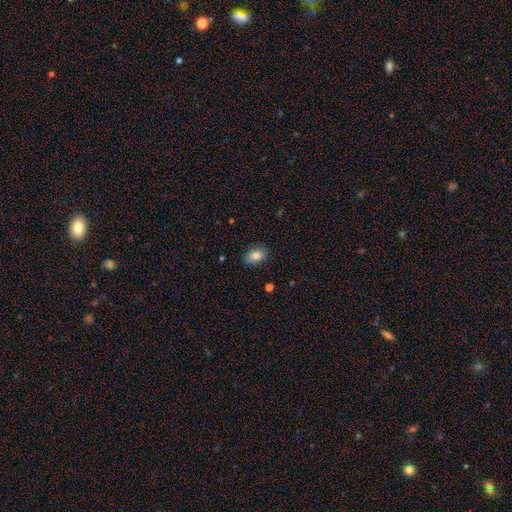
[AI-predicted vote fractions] smooth-or-featured: smooth: 84% | star or artifact: 8% | featured or disk: 8%
  how-rounded: in between: 82% | round: 16% | cigar-shaped: 2%
  merging: none: 85% | minor disturbance: 12% | major disturbance: 2% | merger: 1%